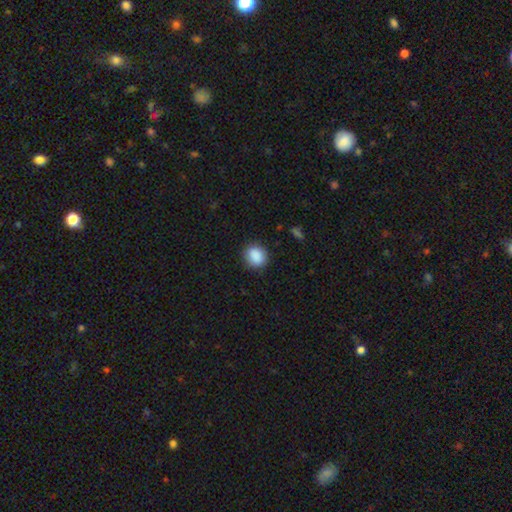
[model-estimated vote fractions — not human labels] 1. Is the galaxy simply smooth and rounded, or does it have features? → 89% smooth, 8% star or artifact, 3% featured or disk.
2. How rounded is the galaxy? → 68% round, 31% in between, 1% cigar-shaped.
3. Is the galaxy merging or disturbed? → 87% none, 10% minor disturbance, 3% major disturbance, 1% merger.